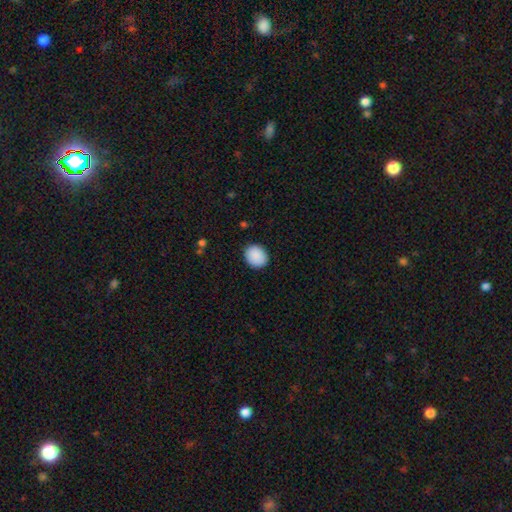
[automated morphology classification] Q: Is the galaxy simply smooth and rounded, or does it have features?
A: smooth — 90%.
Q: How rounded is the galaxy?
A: round — 69%.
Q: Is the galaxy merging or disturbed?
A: none — 89%.